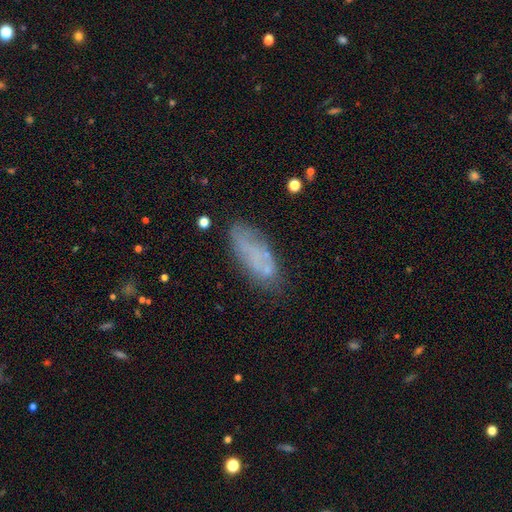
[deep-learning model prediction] Smooth or featured: smooth — 56% (featured or disk — 32%)
How rounded: in between — 68% (cigar-shaped — 29%)
Merging: none — 65% (minor disturbance — 21%)